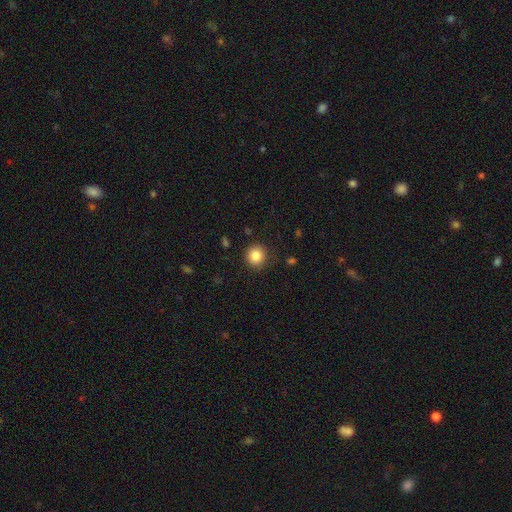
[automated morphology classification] type=smooth (84%); roundness=round (92%); merging=none (89%).